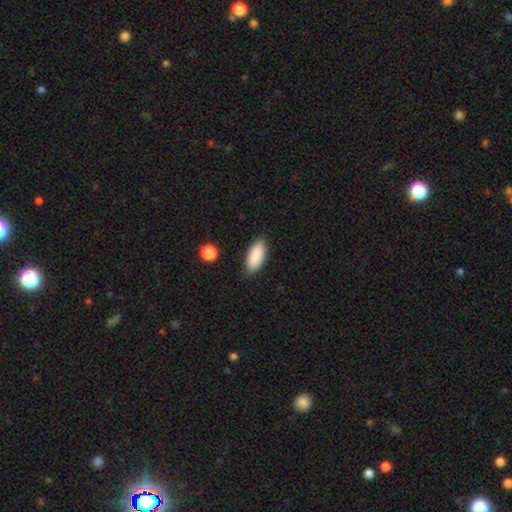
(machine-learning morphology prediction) The model was most divided on "merging": none: 84%, minor disturbance: 12%, major disturbance: 2%, merger: 1%. More confident: smooth or featured — smooth (89%); how rounded — in between (85%).